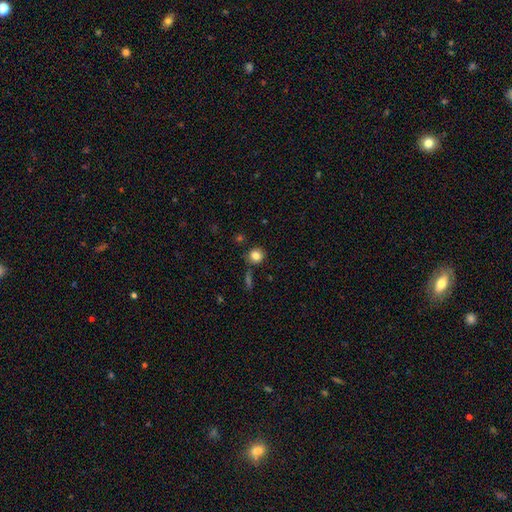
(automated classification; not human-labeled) Smooth or featured? Predicted: smooth (p=0.83). How rounded? Predicted: round (p=0.84). Merging? Predicted: none (p=0.80).